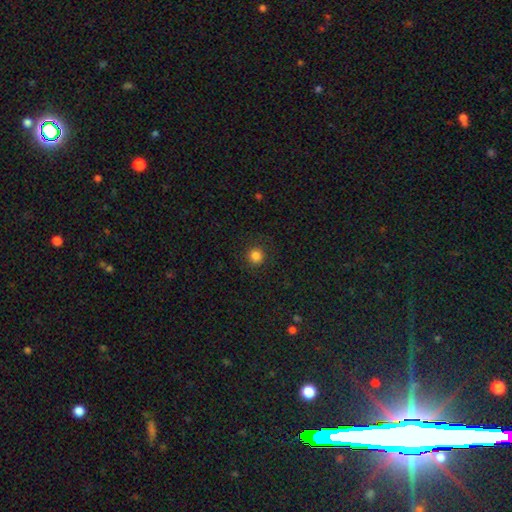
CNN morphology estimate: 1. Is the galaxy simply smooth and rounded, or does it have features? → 84% smooth, 13% star or artifact, 3% featured or disk.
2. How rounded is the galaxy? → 94% round, 5% in between, 1% cigar-shaped.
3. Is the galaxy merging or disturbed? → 90% none, 6% minor disturbance, 3% major disturbance, 1% merger.